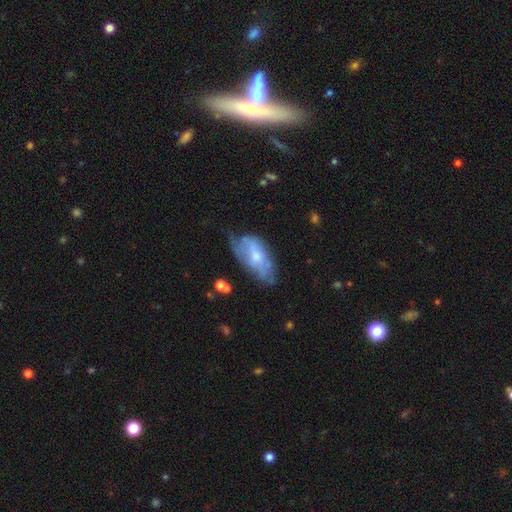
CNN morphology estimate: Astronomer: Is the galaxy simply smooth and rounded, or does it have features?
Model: featured or disk — 55% (runner-up: smooth, 38%).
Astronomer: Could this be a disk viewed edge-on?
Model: no — 89%.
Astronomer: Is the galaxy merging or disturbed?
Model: none — 42% (runner-up: minor disturbance, 33%).